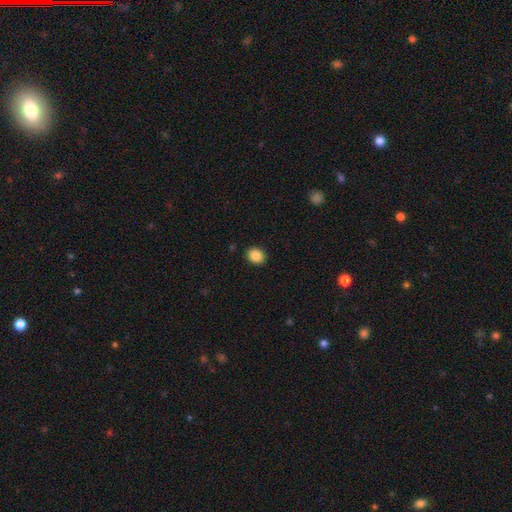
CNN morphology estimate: A smooth galaxy with no disk features (87%) that is round (56%). Merging: none (90%).